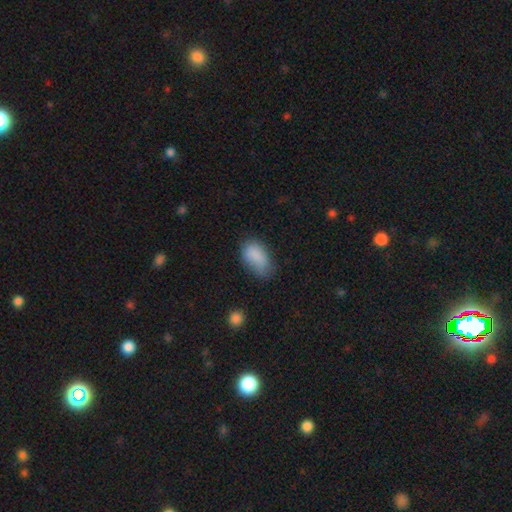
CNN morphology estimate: The model was most divided on "merging": none: 49%, minor disturbance: 35%, major disturbance: 13%, merger: 3%. More confident: how rounded — in between (92%); smooth or featured — smooth (85%).